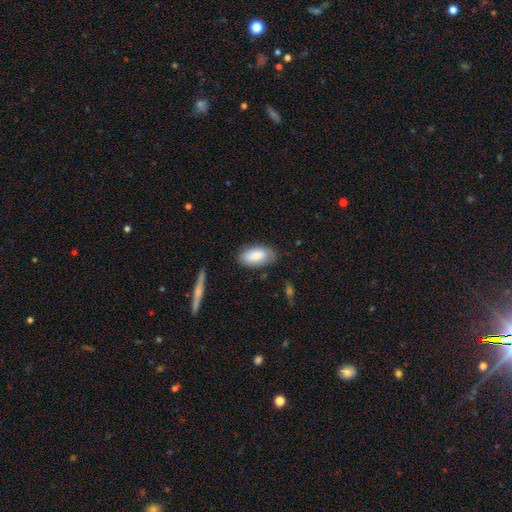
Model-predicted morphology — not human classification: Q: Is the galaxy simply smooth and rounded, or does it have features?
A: smooth — 86%.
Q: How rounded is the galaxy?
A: in between — 94%.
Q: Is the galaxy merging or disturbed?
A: none — 78%.